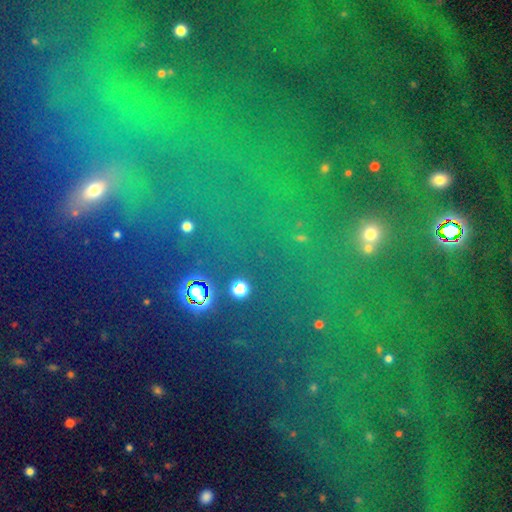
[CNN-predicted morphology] This is likely a star or artifact rather than a galaxy (65%).